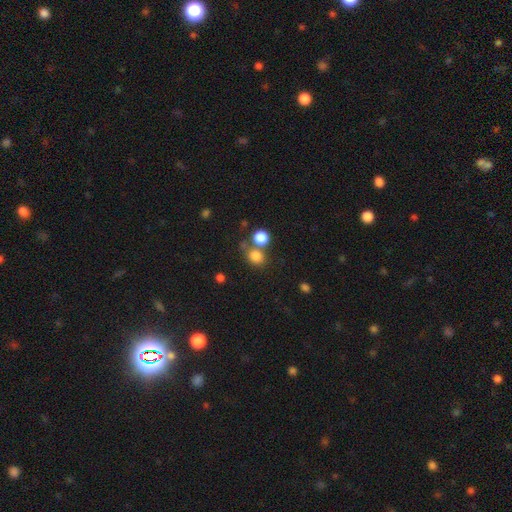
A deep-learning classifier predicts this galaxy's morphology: Q: Smooth or featured?
A: smooth (80%); runner-up: star or artifact (14%)
Q: How rounded?
A: round (69%); runner-up: in between (30%)
Q: Merging?
A: none (59%); runner-up: merger (28%)